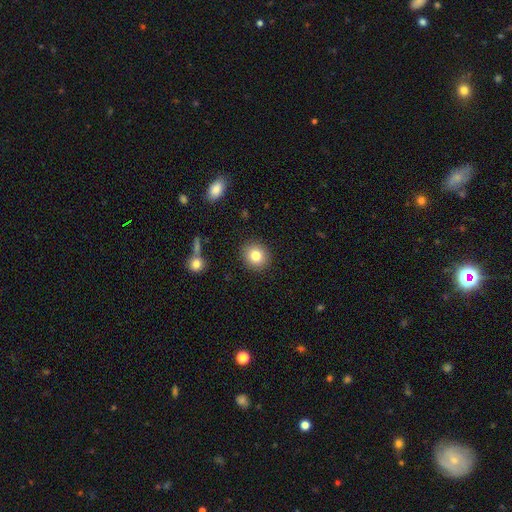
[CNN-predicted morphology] Smooth or featured? Predicted: smooth (p=0.81). How rounded? Predicted: round (p=0.83). Merging? Predicted: none (p=0.89).